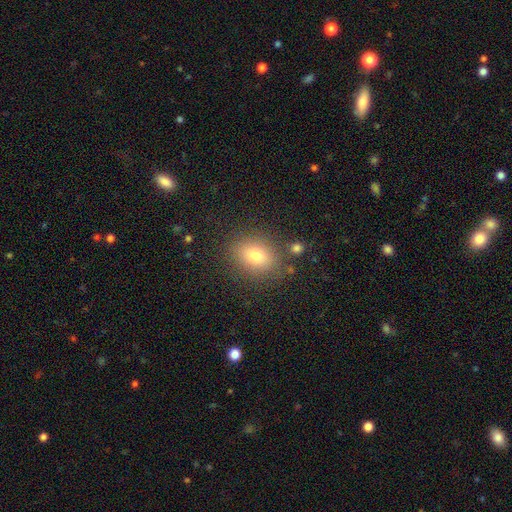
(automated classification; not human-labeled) The model was most divided on "how rounded": in between: 62%, round: 36%, cigar-shaped: 2%. More confident: merging — none (83%); smooth or featured — smooth (77%).